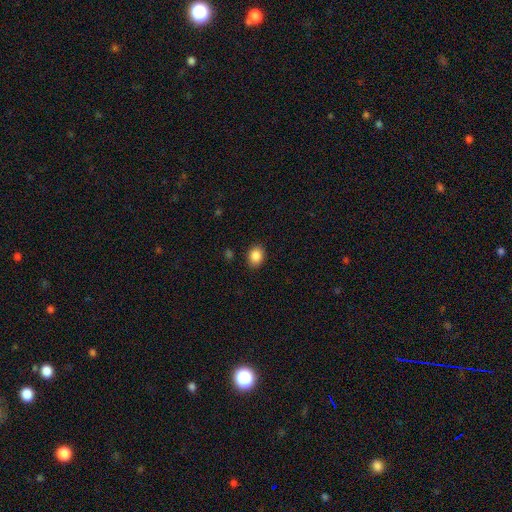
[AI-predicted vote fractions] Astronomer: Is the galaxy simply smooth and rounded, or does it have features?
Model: smooth — 87%.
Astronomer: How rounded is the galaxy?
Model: in between — 64%.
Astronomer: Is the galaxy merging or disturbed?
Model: none — 88%.